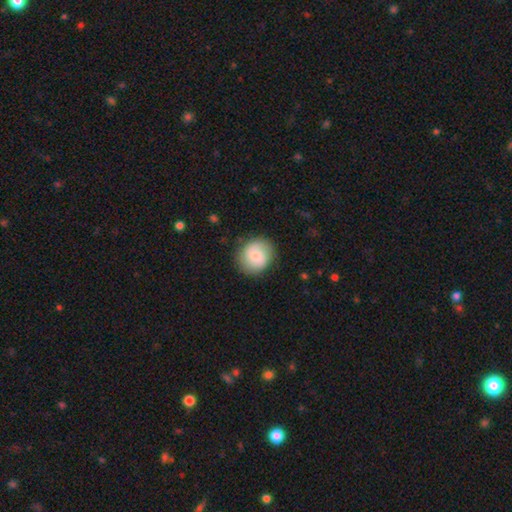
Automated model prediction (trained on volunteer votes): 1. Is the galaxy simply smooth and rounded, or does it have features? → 69% smooth, 24% featured or disk, 7% star or artifact.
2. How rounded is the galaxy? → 84% round, 15% in between, 1% cigar-shaped.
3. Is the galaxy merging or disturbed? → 84% none, 12% minor disturbance, 4% major disturbance, 1% merger.